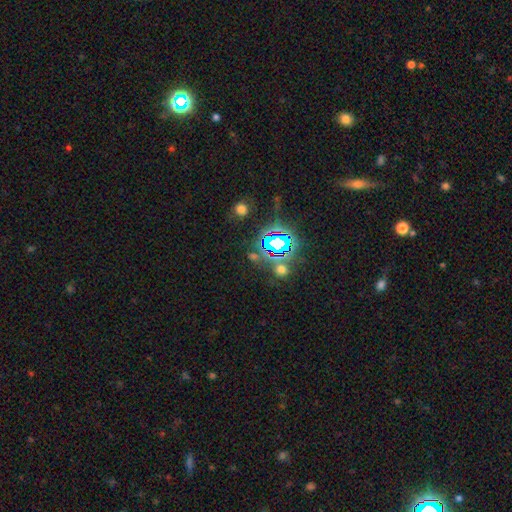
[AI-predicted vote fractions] A star or artifact, not a galaxy (75%).

Vote fractions:
- Smooth or featured? star or artifact: 75% / smooth: 16% / featured or disk: 9%